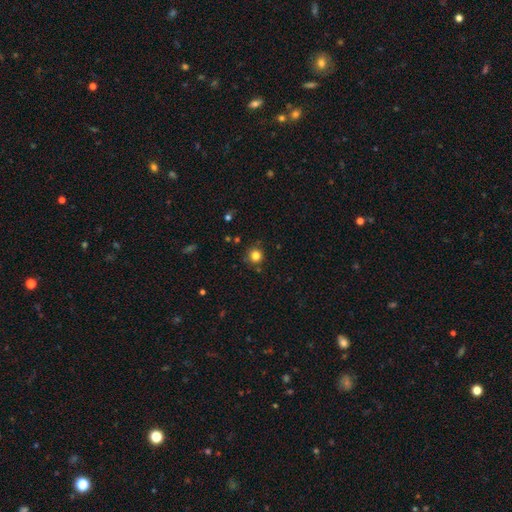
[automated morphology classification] smooth_or_featured: smooth (p=0.81) [alt: star or artifact p=0.14]
how_rounded: round (p=0.93) [alt: in between p=0.06]
merging: none (p=0.84) [alt: minor disturbance p=0.10]